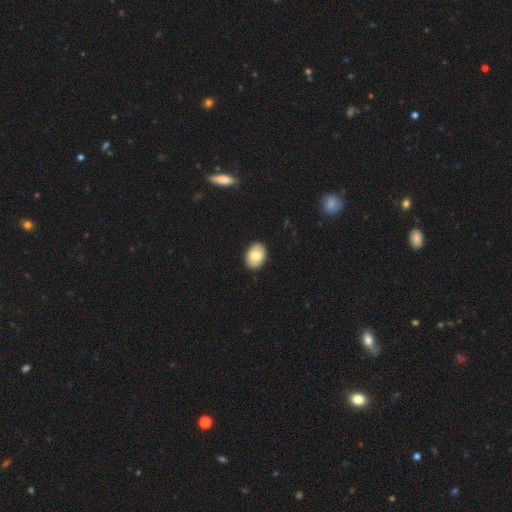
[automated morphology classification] This is likely a smooth galaxy (75%). How rounded: clearly in between (80%). Merging: clearly none (89%).